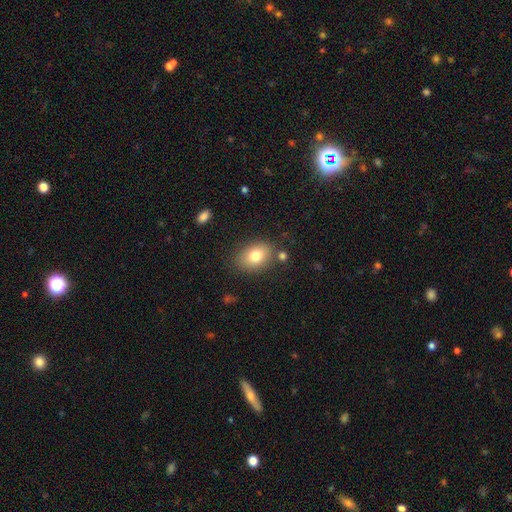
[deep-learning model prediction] smooth_or_featured: smooth (p=0.78) [alt: featured or disk p=0.12]
how_rounded: in between (p=0.75) [alt: round p=0.24]
merging: none (p=0.79) [alt: minor disturbance p=0.12]